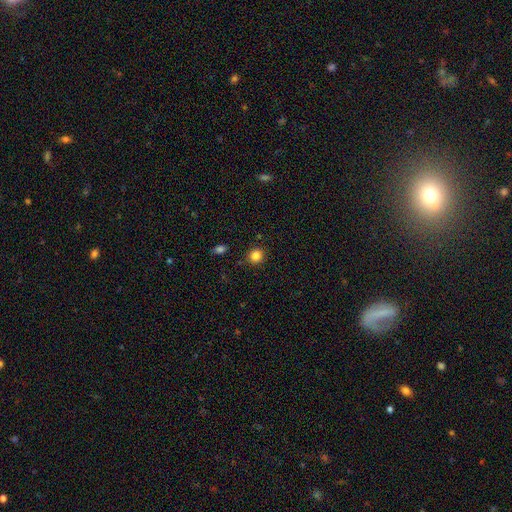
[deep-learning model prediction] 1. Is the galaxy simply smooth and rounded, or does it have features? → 85% smooth, 12% star or artifact, 4% featured or disk.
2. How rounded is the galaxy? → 90% round, 9% in between, 1% cigar-shaped.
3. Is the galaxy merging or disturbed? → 88% none, 7% minor disturbance, 2% merger, 2% major disturbance.